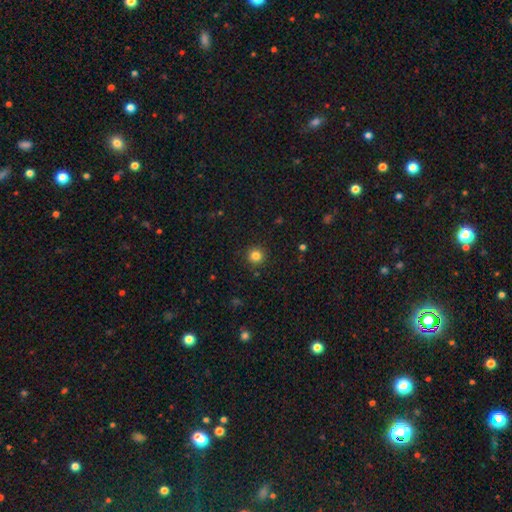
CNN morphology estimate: A smooth galaxy with no disk features (82%) that is round (95%).

Vote fractions:
- Smooth or featured? smooth: 82% / star or artifact: 13% / featured or disk: 5%
- How rounded? round: 95% / in between: 4% / cigar-shaped: 1%
- Merging? none: 92% / minor disturbance: 5% / major disturbance: 2% / merger: 1%